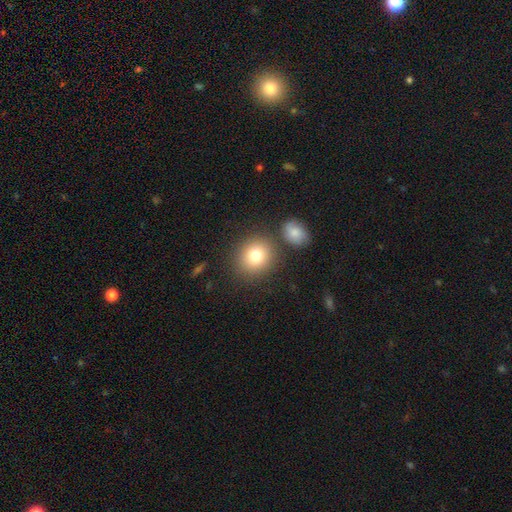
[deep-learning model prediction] Smooth or featured: smooth — 80% (star or artifact — 10%)
How rounded: round — 76% (in between — 23%)
Merging: none — 76% (merger — 11%)